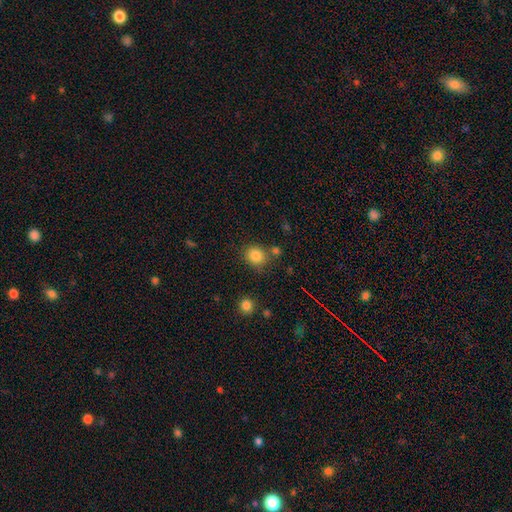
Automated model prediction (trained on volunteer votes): This appears to be a smooth galaxy with no disk features (84%) that is round (78%). Merging: none (74%).